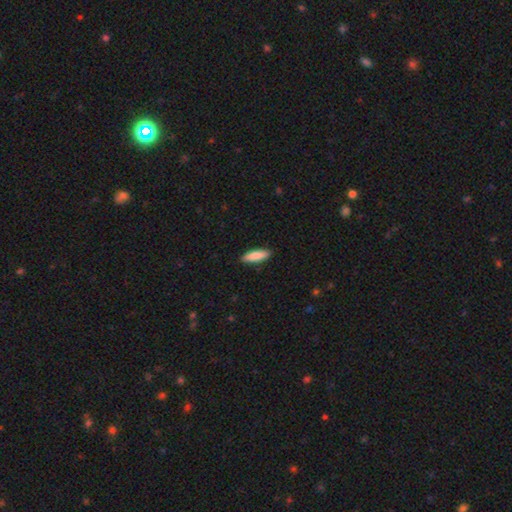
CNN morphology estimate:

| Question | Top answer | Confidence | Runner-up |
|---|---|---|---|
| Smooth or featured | smooth | 87% | featured or disk (8%) |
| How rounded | cigar-shaped | 52% | in between (47%) |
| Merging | none | 89% | minor disturbance (8%) |